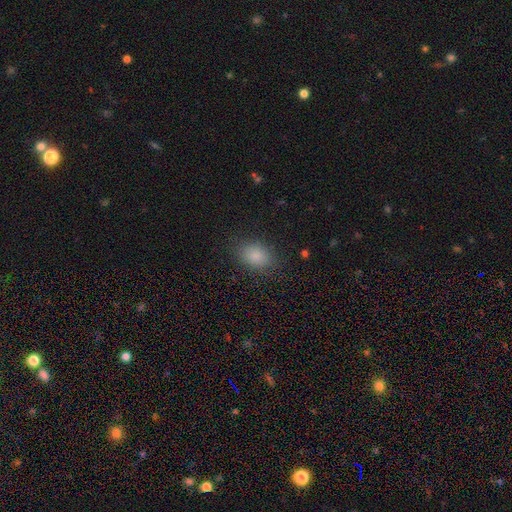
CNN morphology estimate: Smooth or featured: smooth — 85% (star or artifact — 10%)
How rounded: in between — 74% (round — 25%)
Merging: none — 84% (minor disturbance — 11%)